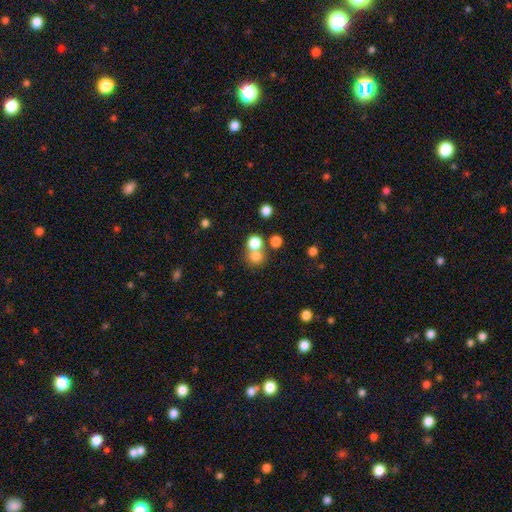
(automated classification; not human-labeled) A smooth galaxy with no disk features (75%) that is round (87%).

Vote fractions:
- Smooth or featured? smooth: 75% / star or artifact: 16% / featured or disk: 10%
- How rounded? round: 87% / in between: 12% / cigar-shaped: 1%
- Merging? none: 54% / merger: 36% / minor disturbance: 7% / major disturbance: 4%